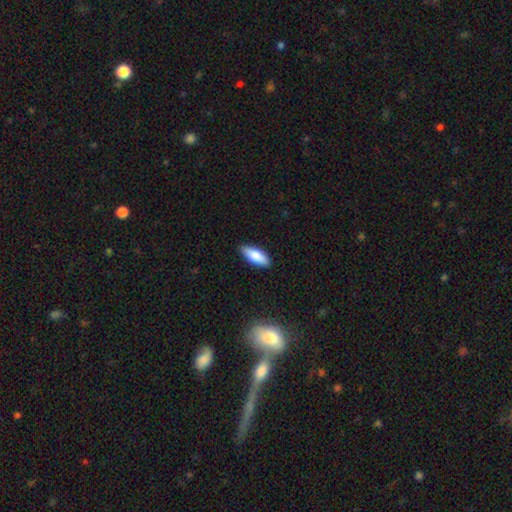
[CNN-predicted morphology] type=smooth (83%); roundness=in between (67%); merging=none (88%).